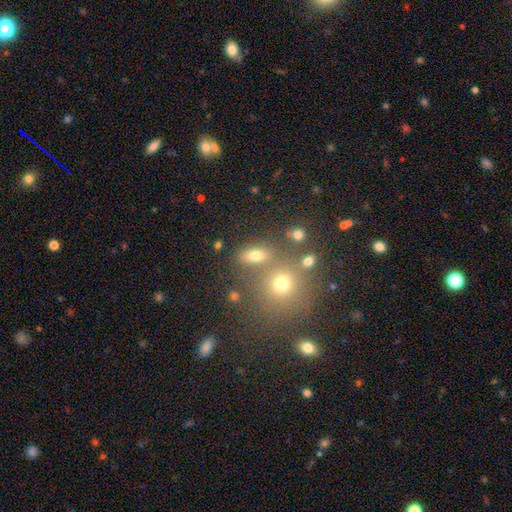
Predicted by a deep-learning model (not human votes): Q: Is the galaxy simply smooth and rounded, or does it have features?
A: smooth — 70%.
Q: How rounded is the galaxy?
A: in between — 67%.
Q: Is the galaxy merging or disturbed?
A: none — 65%.